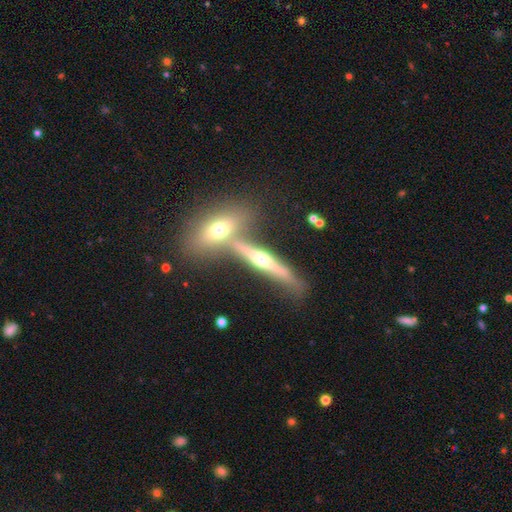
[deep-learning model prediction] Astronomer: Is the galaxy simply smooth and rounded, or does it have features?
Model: featured or disk — 63%.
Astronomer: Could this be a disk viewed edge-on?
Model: yes — 80%.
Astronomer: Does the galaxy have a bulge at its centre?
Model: rounded — 92%.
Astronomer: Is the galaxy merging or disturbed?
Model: merger — 44% (runner-up: none, 43%).